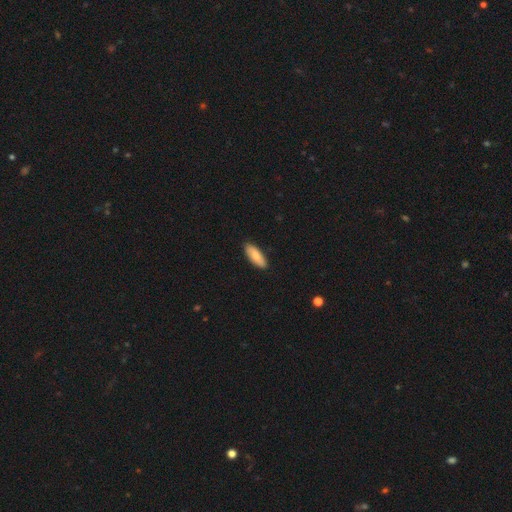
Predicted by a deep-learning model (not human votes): Overall: smooth (84%). How rounded: in between (67%; cigar-shaped 32%). Merging: none (89%).